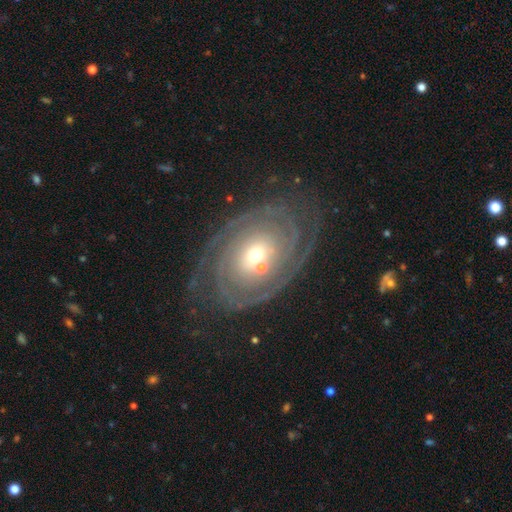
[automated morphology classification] This appears to be a featured or disk galaxy (87%) with no bar (74%), 2 (49%) tight (81%) spiral arms (96%) and a small central bulge (55%). Merging: none (72%).